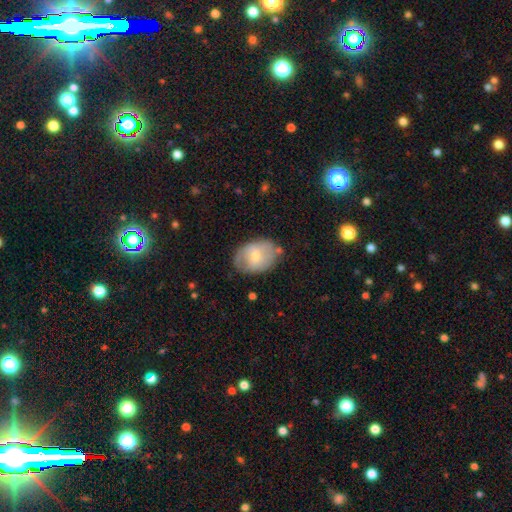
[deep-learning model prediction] Overall: smooth (57%; featured or disk 36%). How rounded: in between (74%). Merging: none (67%).